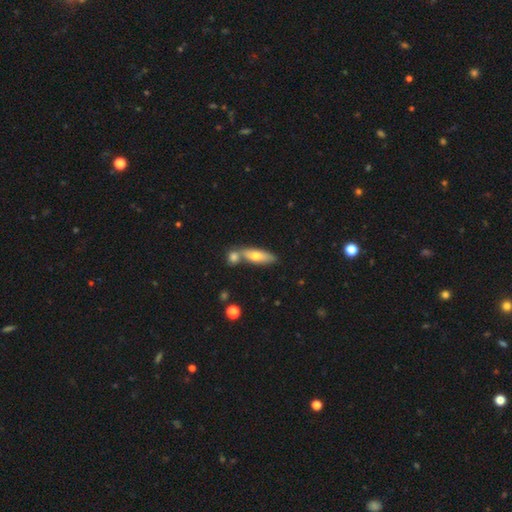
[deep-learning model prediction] Smooth or featured?
  - smooth: 63% *
  - featured or disk: 30%
  - star or artifact: 7%
How rounded?
  - in between: 50% *
  - cigar-shaped: 47%
  - round: 3%
Merging?
  - none: 53% *
  - merger: 33%
  - minor disturbance: 11%
  - major disturbance: 3%